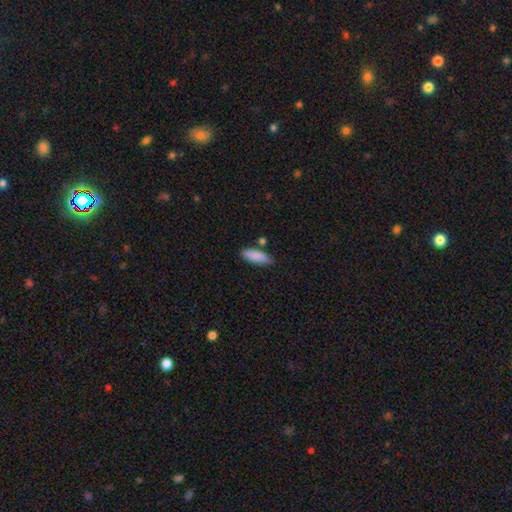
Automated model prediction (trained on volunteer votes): smooth-or-featured: smooth: 87% | featured or disk: 7% | star or artifact: 6%
  how-rounded: in between: 57% | cigar-shaped: 41% | round: 2%
  merging: none: 76% | minor disturbance: 15% | merger: 6% | major disturbance: 3%